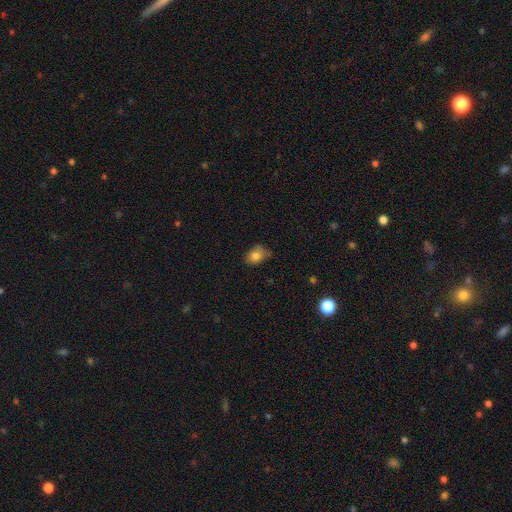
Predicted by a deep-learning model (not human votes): This appears to be a smooth galaxy with no disk features (81%) that is in between round and cigar-shaped (72%). Merging: none (65%).